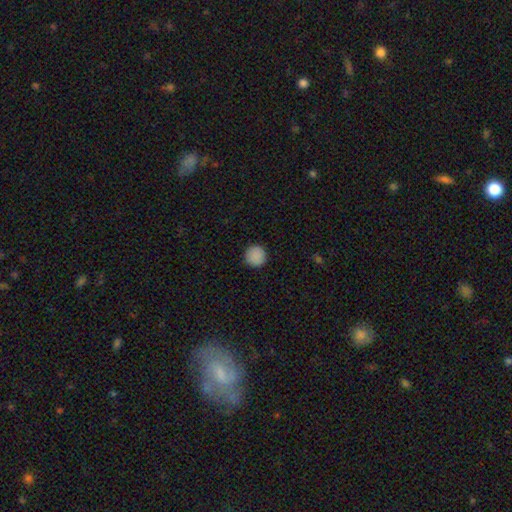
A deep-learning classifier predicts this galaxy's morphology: A smooth galaxy with no disk features (88%) that is round (95%). Merging: none (91%).